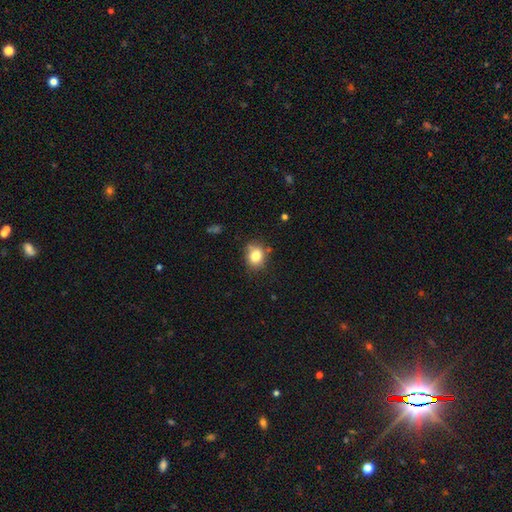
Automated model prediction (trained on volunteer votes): Smooth or featured? smooth (81%)
How rounded? round (61%)
Merging? none (76%)